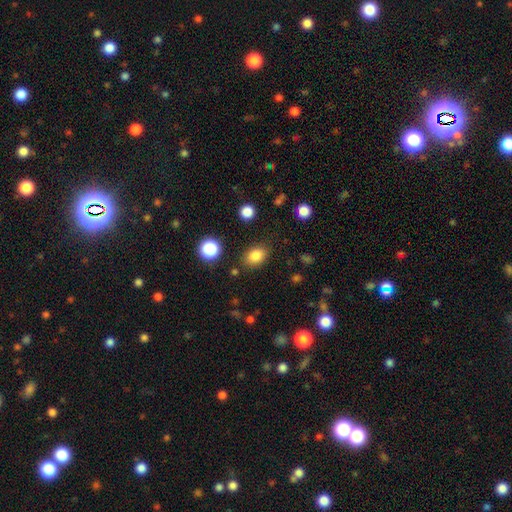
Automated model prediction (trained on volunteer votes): smooth-or-featured: smooth: 83% | star or artifact: 11% | featured or disk: 6%
  how-rounded: in between: 73% | round: 26% | cigar-shaped: 1%
  merging: none: 82% | minor disturbance: 11% | major disturbance: 4% | merger: 3%